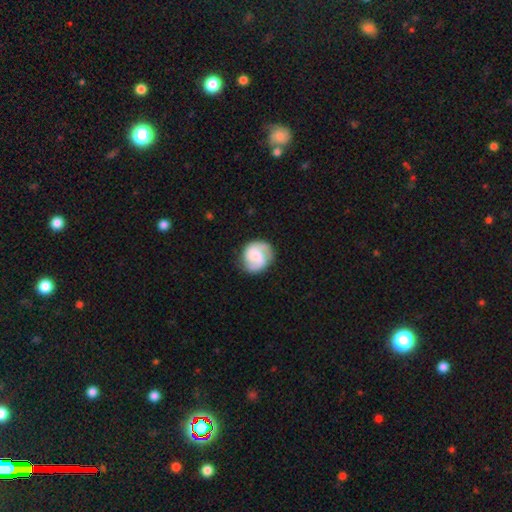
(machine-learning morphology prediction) Smooth or featured? Predicted: featured or disk (p=0.68). Edge-on disk? Predicted: no (p=0.98). Bar? Predicted: no (p=0.54). Spiral arms? Predicted: yes (p=0.94). Spiral winding? Predicted: medium (p=0.47). Spiral arm count? Predicted: 2 (p=0.78). Bulge size? Predicted: small (p=0.38). Merging? Predicted: none (p=0.77).